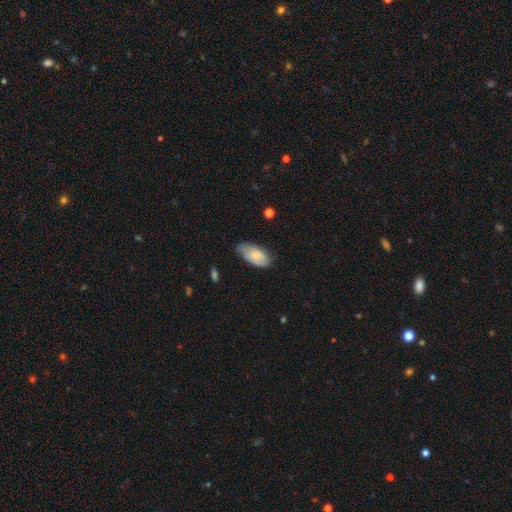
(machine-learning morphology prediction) This appears to be a smooth galaxy with no disk features (73%) that is in between round and cigar-shaped (93%). Merging: none (52%).